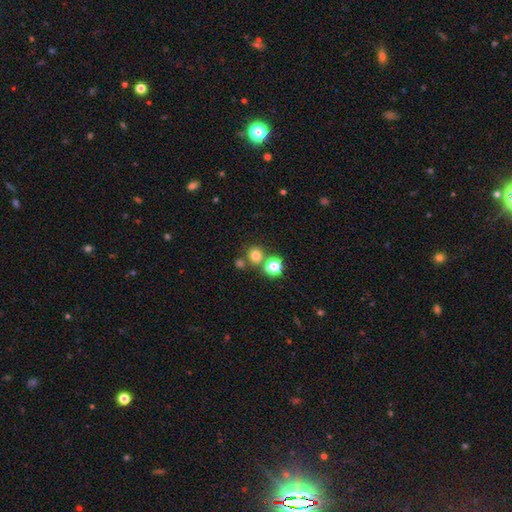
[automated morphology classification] smooth_or_featured: smooth (p=0.74) [alt: star or artifact p=0.19]
how_rounded: round (p=0.89) [alt: in between p=0.10]
merging: none (p=0.68) [alt: merger p=0.20]